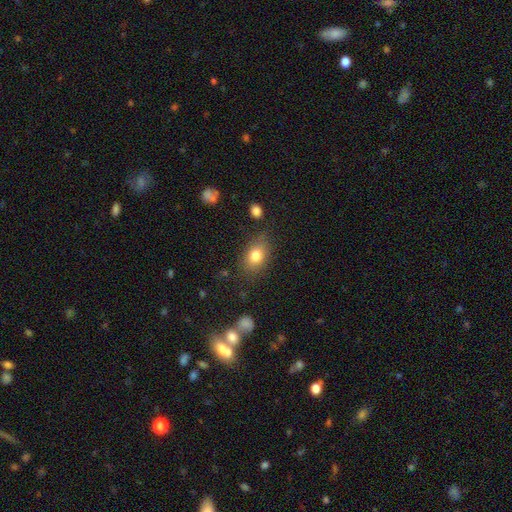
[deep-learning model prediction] A smooth galaxy with no disk features (79%) that is in between round and cigar-shaped (78%). Merging: none (77%).